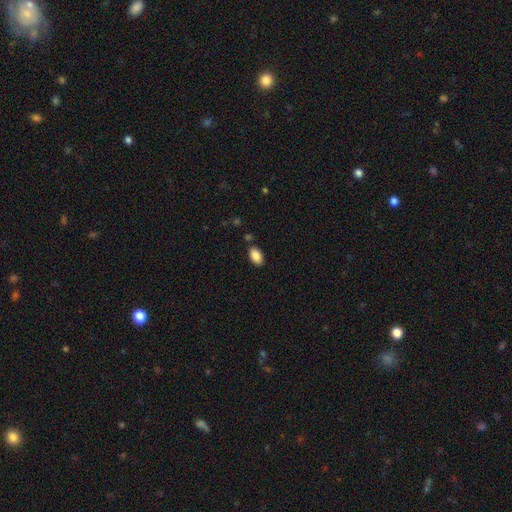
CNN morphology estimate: Smooth or featured? Predicted: smooth (p=0.88). How rounded? Predicted: in between (p=0.93). Merging? Predicted: none (p=0.85).